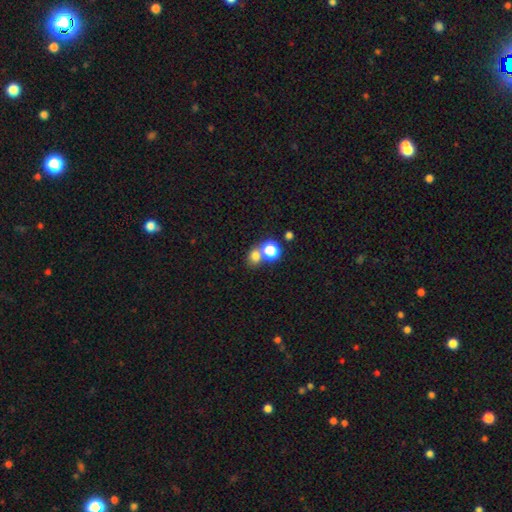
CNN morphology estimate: The model was most divided on "merging": none: 50%, merger: 39%, minor disturbance: 8%, major disturbance: 4%. More confident: smooth or featured — smooth (73%); how rounded — round (68%).